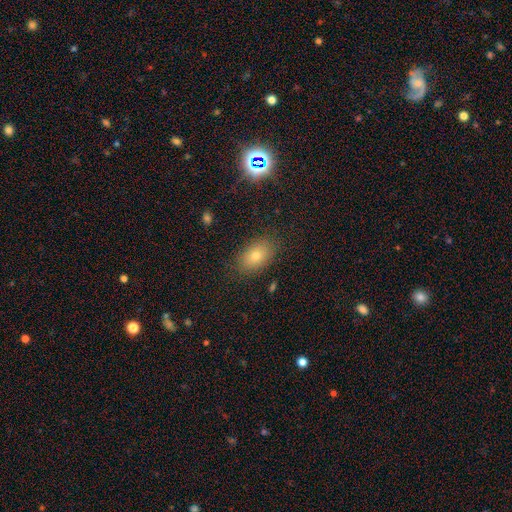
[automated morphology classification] This is likely a smooth galaxy (71%). How rounded: clearly in between (85%). Merging: clearly none (85%).